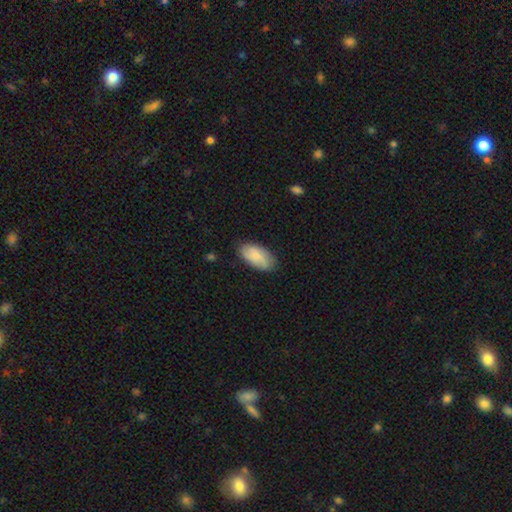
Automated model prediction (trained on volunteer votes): Overall: smooth (80%). How rounded: in between (94%). Merging: none (79%).